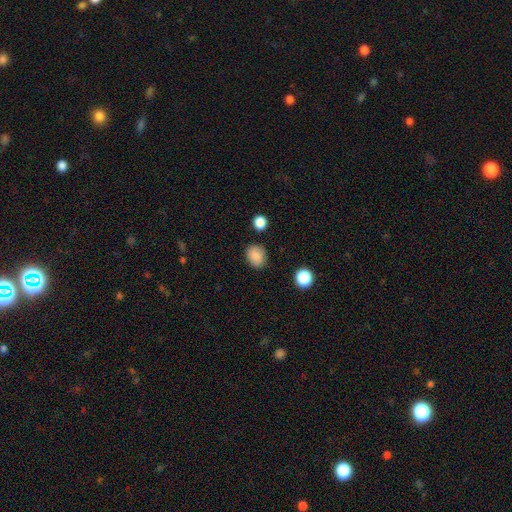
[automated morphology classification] smooth 86%, star or artifact 9%, featured or disk 5%. Down the decision tree: how rounded — round (53%); merging — none (82%).